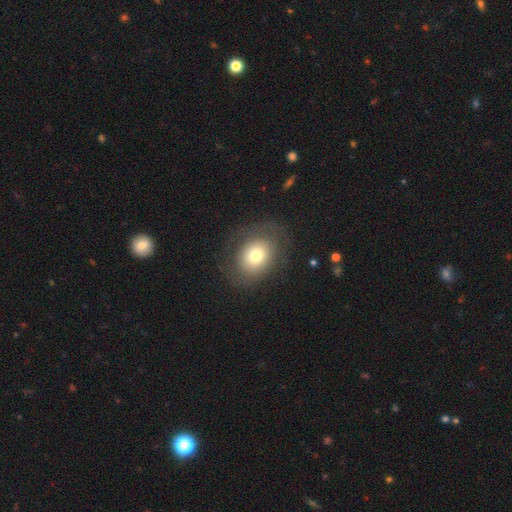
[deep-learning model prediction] Smooth or featured? Predicted: smooth (p=0.68). How rounded? Predicted: in between (p=0.50). Merging? Predicted: none (p=0.75).